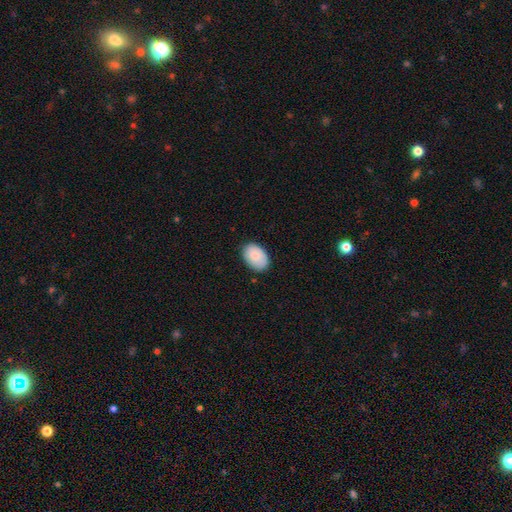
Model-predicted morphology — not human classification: smooth-or-featured: smooth: 83% | featured or disk: 11% | star or artifact: 6%
  how-rounded: in between: 85% | round: 14% | cigar-shaped: 1%
  merging: none: 81% | minor disturbance: 15% | major disturbance: 3% | merger: 1%